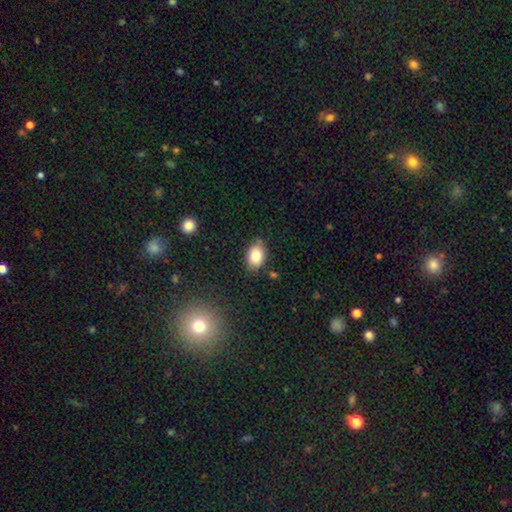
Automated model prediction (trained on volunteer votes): This appears to be a smooth galaxy with no disk features (83%) that is in between round and cigar-shaped (85%). Merging: none (79%).